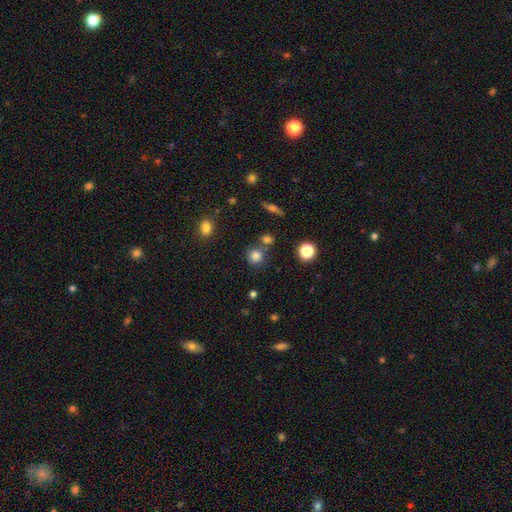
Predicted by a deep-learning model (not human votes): Smooth or featured? smooth (79%)
How rounded? round (88%)
Merging? none (70%)